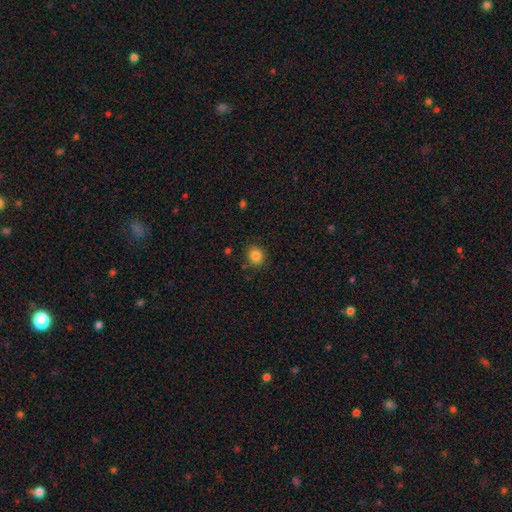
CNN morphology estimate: Q: Smooth or featured?
A: smooth (85%); runner-up: star or artifact (11%)
Q: How rounded?
A: round (79%); runner-up: in between (20%)
Q: Merging?
A: none (85%); runner-up: minor disturbance (10%)